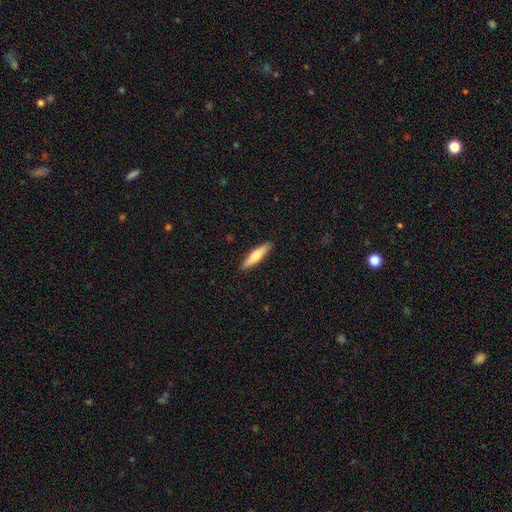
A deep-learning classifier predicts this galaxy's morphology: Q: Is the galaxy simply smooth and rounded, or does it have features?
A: smooth — 64%.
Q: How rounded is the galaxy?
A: cigar-shaped — 78%.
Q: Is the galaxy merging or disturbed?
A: none — 90%.